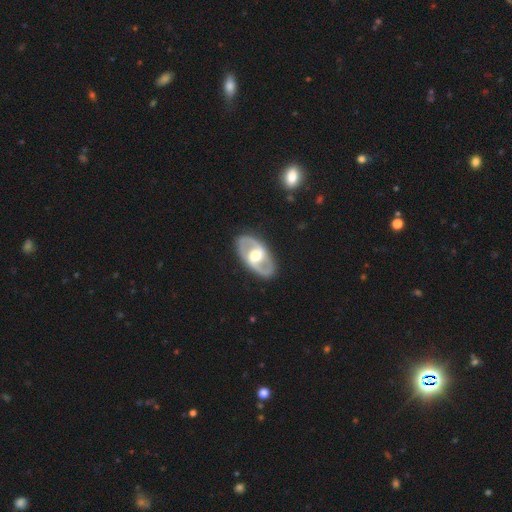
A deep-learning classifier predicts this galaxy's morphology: featured or disk 81%, smooth 15%, star or artifact 4%. Down the decision tree: edge-on disk — no (93%); bar — weak (39%); spiral arms — yes (76%); spiral arm count — 2 (90%); spiral winding — medium (53%); bulge size — moderate (63%); merging — none (87%).